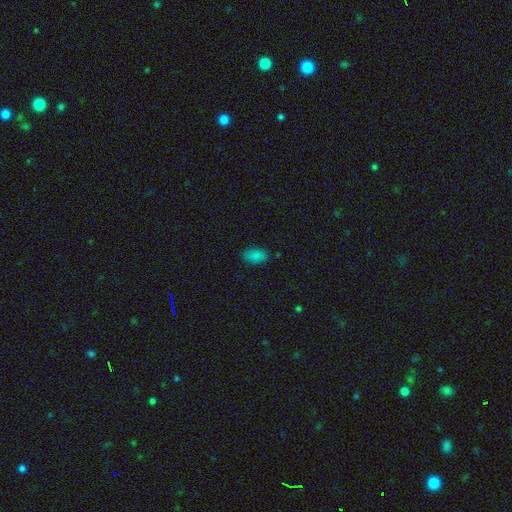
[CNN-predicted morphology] This is clearly a smooth galaxy (82%). How rounded: clearly in between (91%). Merging: clearly none (81%).